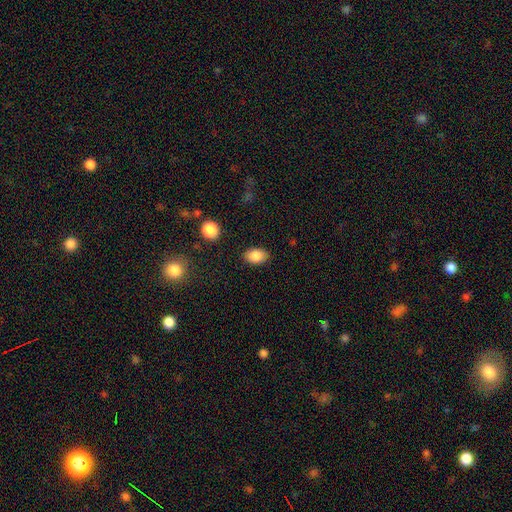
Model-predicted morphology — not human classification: This is clearly a smooth galaxy (87%). How rounded: clearly in between (84%). Merging: clearly none (86%).